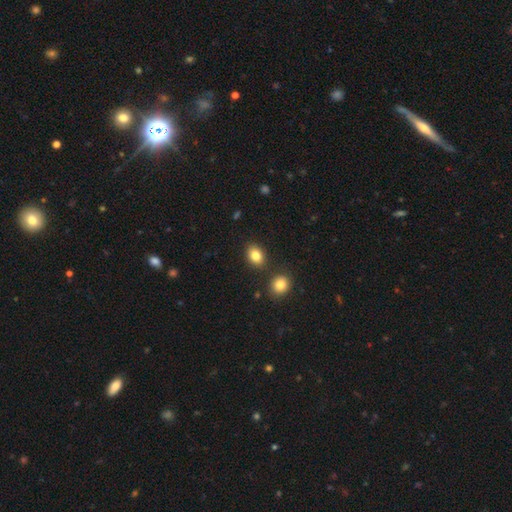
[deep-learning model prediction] Smooth or featured? smooth (84%)
How rounded? in between (68%)
Merging? none (81%)